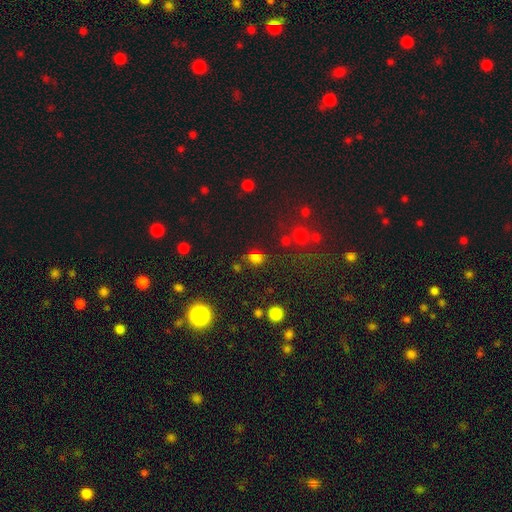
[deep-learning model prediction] smooth 59%, star or artifact 33%, featured or disk 8%. Down the decision tree: how rounded — in between (55%); merging — none (68%).